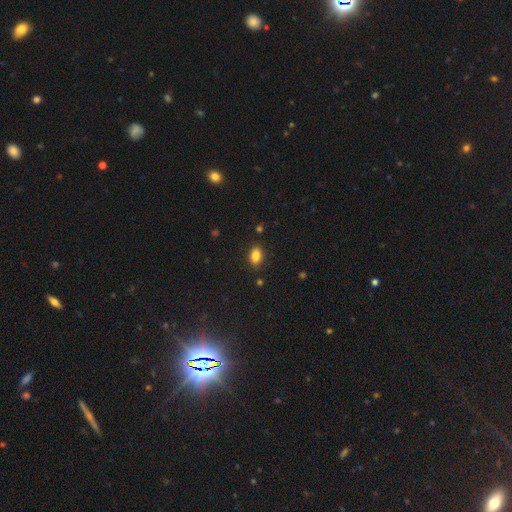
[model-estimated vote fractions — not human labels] A smooth galaxy with no disk features (84%) that is in between round and cigar-shaped (87%). Merging: none (87%).